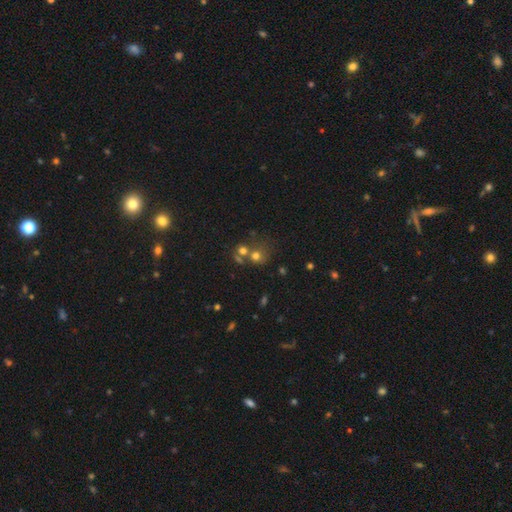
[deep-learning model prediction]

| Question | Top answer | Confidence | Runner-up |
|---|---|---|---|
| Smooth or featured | smooth | 66% | star or artifact (19%) |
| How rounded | round | 80% | in between (19%) |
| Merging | none | 43% | merger (41%) |